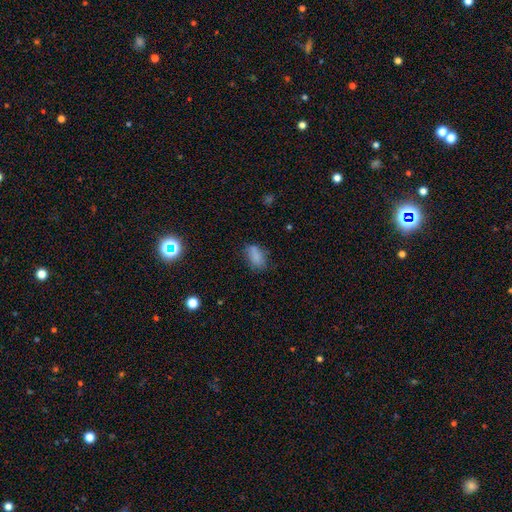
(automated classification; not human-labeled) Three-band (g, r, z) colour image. It shows a smooth galaxy with no disk features (81%) that is in between round and cigar-shaped (90%). Merging: none (67%).